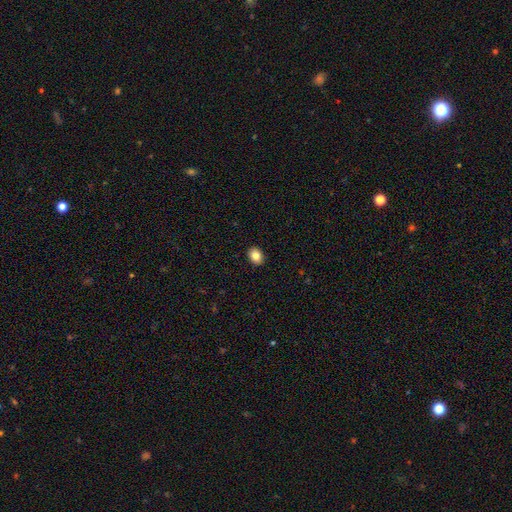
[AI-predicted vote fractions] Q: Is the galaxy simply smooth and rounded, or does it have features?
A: smooth — 84%.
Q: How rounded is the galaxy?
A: in between — 58%.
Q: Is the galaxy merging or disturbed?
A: none — 91%.